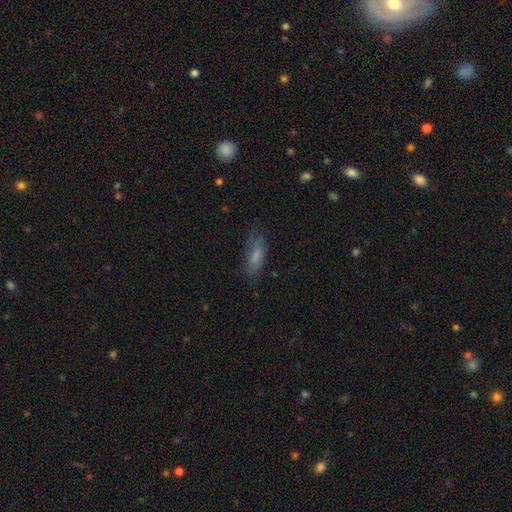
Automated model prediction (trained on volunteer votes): Smooth or featured?
  - smooth: 71% *
  - featured or disk: 20%
  - star or artifact: 9%
How rounded?
  - in between: 61% *
  - cigar-shaped: 37%
  - round: 2%
Merging?
  - none: 68% *
  - minor disturbance: 22%
  - major disturbance: 9%
  - merger: 2%